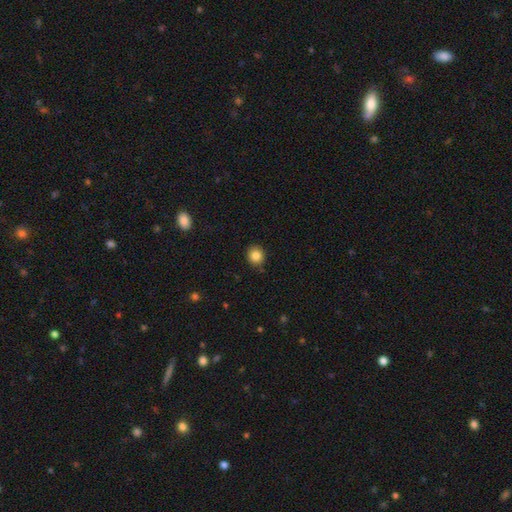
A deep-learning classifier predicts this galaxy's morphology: smooth_or_featured: smooth (p=0.85) [alt: star or artifact p=0.10]
how_rounded: round (p=0.83) [alt: in between p=0.16]
merging: none (p=0.89) [alt: minor disturbance p=0.08]